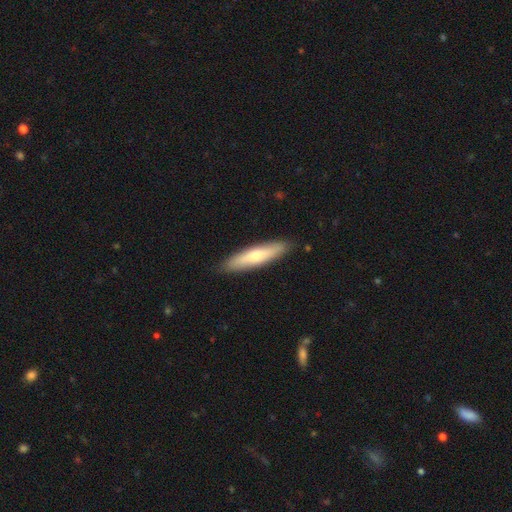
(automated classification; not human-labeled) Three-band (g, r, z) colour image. It shows a smooth galaxy with no disk features (60%) that is cigar-shaped (81%). Merging: none (88%).